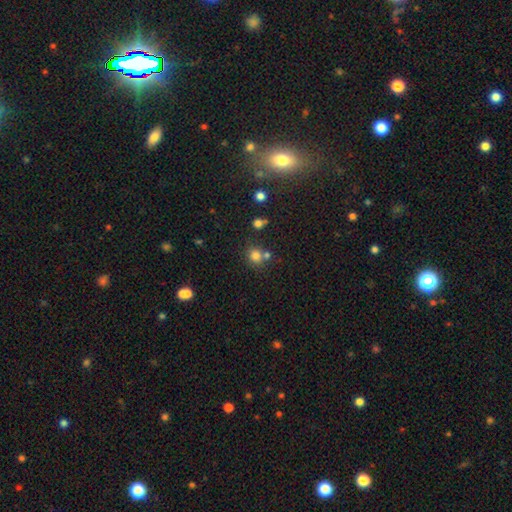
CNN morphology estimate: Smooth or featured?
  - smooth: 78% *
  - star or artifact: 15%
  - featured or disk: 7%
How rounded?
  - round: 84% *
  - in between: 15%
  - cigar-shaped: 1%
Merging?
  - none: 63% *
  - merger: 23%
  - minor disturbance: 10%
  - major disturbance: 3%